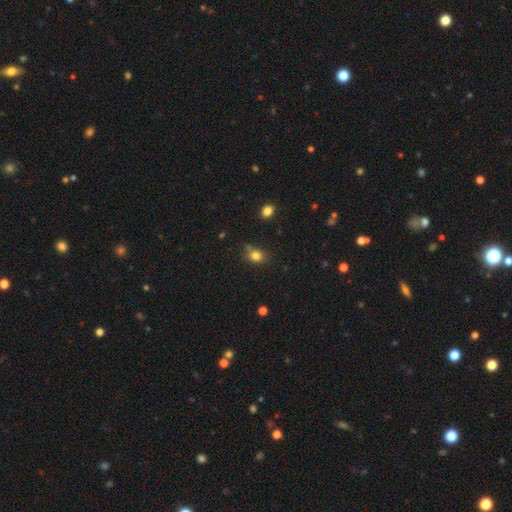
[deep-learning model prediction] Smooth or featured? Predicted: smooth (p=0.81). How rounded? Predicted: round (p=0.55). Merging? Predicted: none (p=0.69).